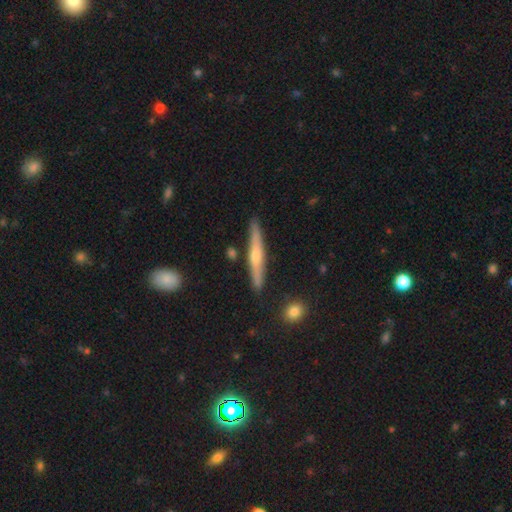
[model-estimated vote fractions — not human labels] Smooth or featured? Predicted: featured or disk (p=0.66). Edge-on disk? Predicted: yes (p=0.96). Edge-on bulge? Predicted: rounded (p=0.83). Merging? Predicted: none (p=0.87).